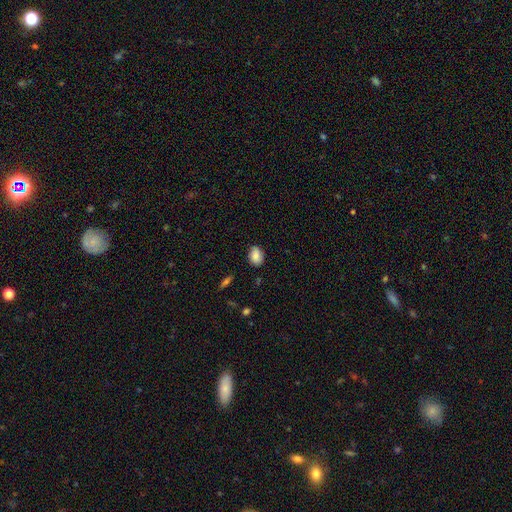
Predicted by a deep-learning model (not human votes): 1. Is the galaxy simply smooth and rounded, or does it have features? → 80% smooth, 12% featured or disk, 8% star or artifact.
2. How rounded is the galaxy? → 75% in between, 24% round, 1% cigar-shaped.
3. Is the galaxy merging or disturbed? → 78% none, 17% minor disturbance, 3% major disturbance, 2% merger.